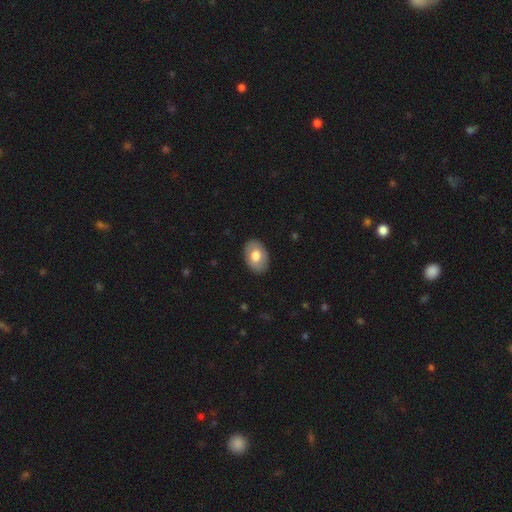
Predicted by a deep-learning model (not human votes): Smooth or featured: smooth — 71% (featured or disk — 23%)
How rounded: in between — 85% (round — 14%)
Merging: none — 86% (minor disturbance — 10%)